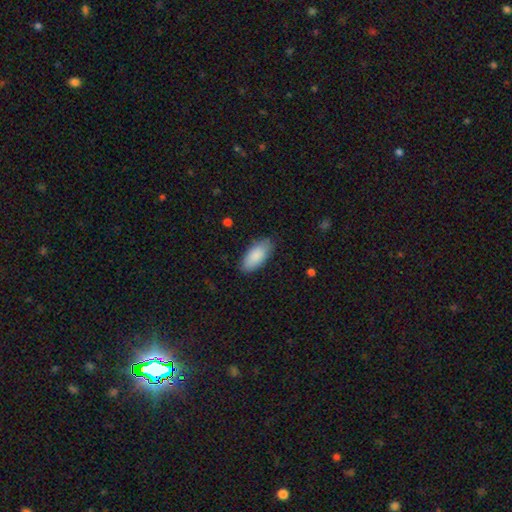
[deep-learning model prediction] Q: Smooth or featured?
A: smooth (88%); runner-up: featured or disk (6%)
Q: How rounded?
A: in between (91%); runner-up: cigar-shaped (8%)
Q: Merging?
A: none (83%); runner-up: minor disturbance (13%)